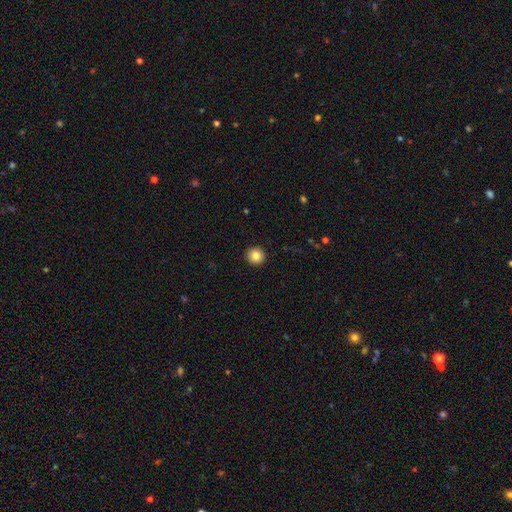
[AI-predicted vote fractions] A smooth galaxy with no disk features (84%) that is round (94%). Merging: none (93%).